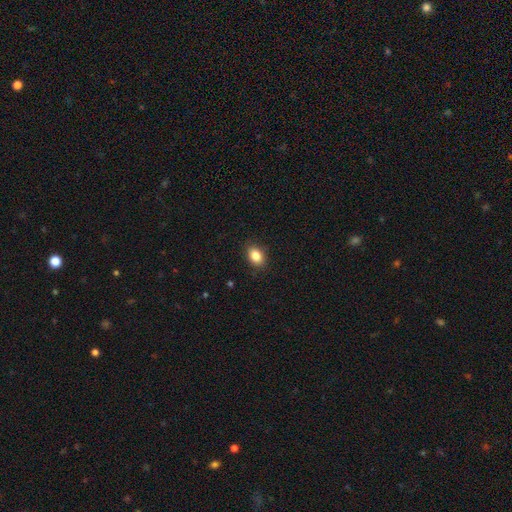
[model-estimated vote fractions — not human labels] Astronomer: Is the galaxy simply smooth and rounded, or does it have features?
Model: smooth — 86%.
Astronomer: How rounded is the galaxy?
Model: in between — 71%.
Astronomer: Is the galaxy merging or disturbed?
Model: none — 88%.